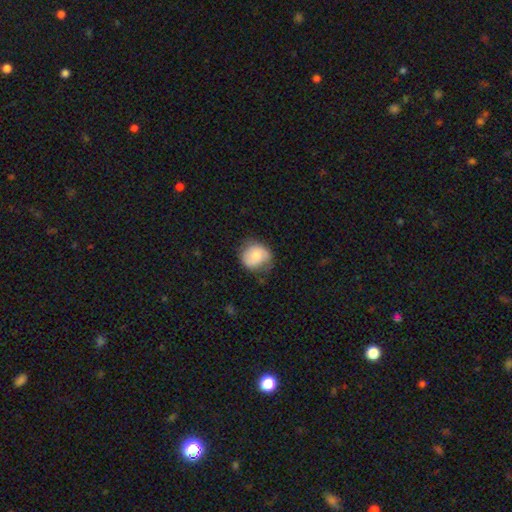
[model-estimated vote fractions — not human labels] Morphology: type=smooth (67%); roundness=round (73%); merging=none (59%).